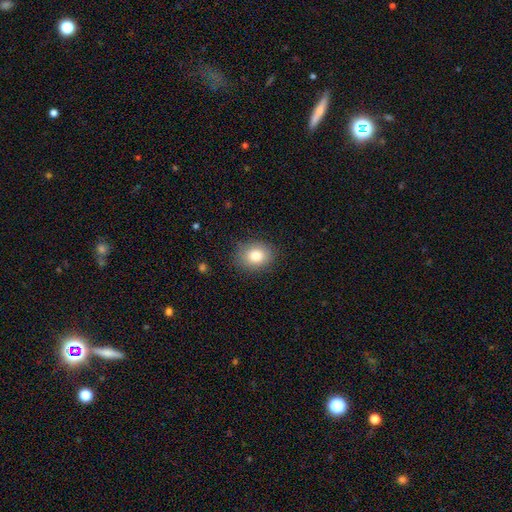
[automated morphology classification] This appears to be a smooth galaxy with no disk features (82%) that is round (52%). Merging: none (84%).